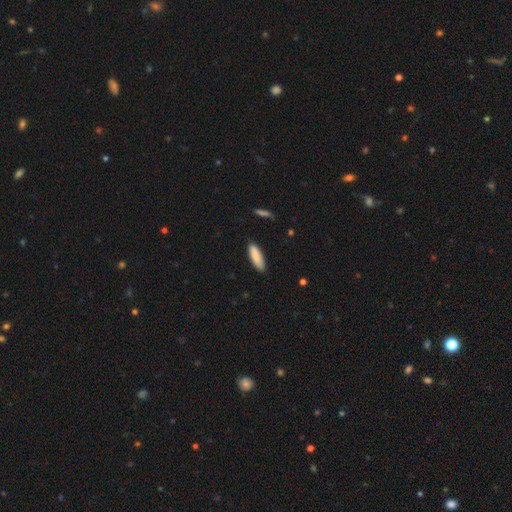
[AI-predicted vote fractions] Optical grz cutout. It shows a smooth galaxy with no disk features (87%) that is in between round and cigar-shaped (51%). Merging: none (86%).